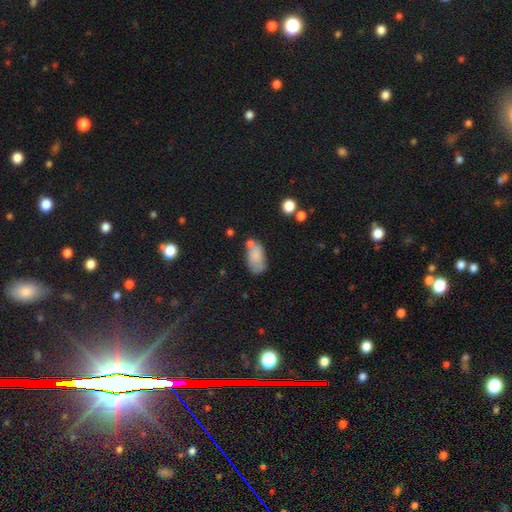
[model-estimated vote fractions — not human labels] smooth-or-featured: smooth: 77% | featured or disk: 14% | star or artifact: 9%
  how-rounded: in between: 91% | round: 5% | cigar-shaped: 4%
  merging: none: 44% | minor disturbance: 25% | merger: 20% | major disturbance: 11%